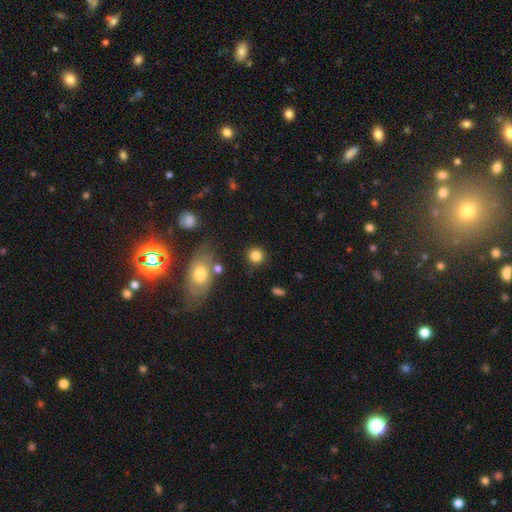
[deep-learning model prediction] A smooth galaxy with no disk features (83%) that is round (89%).

Vote fractions:
- Smooth or featured? smooth: 83% / star or artifact: 11% / featured or disk: 6%
- How rounded? round: 89% / in between: 9% / cigar-shaped: 1%
- Merging? none: 84% / minor disturbance: 9% / merger: 4% / major disturbance: 3%